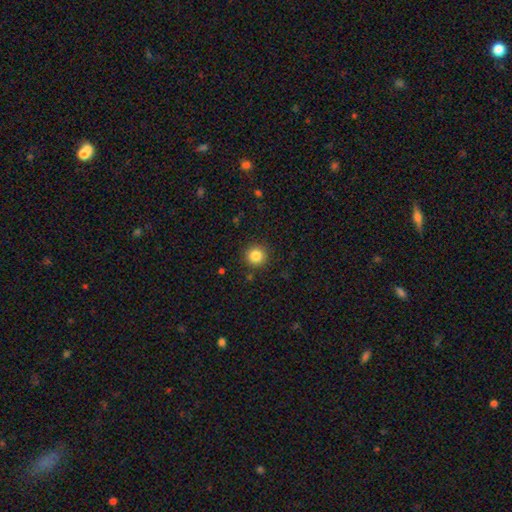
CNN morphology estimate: smooth_or_featured: smooth (p=0.84) [alt: star or artifact p=0.11]
how_rounded: round (p=0.95) [alt: in between p=0.04]
merging: none (p=0.90) [alt: minor disturbance p=0.06]